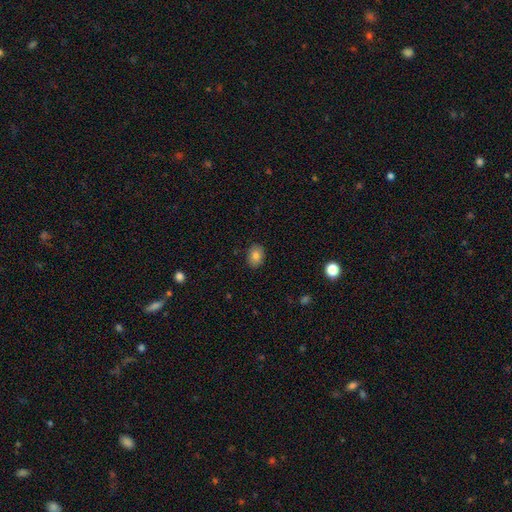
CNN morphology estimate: The model was most divided on "how rounded": in between: 64%, round: 35%, cigar-shaped: 1%. More confident: merging — none (89%); smooth or featured — smooth (82%).